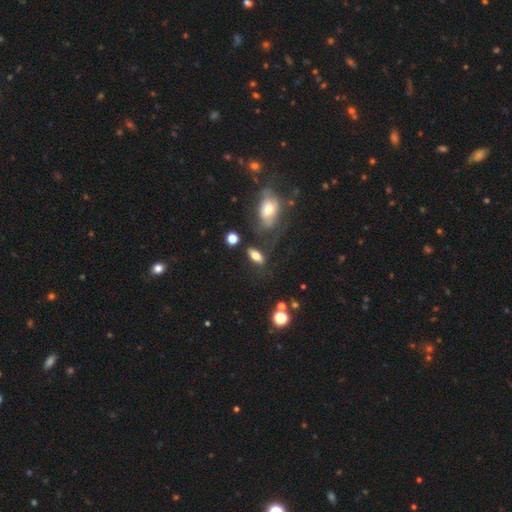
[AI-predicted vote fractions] Smooth or featured? smooth (72%)
How rounded? in between (77%)
Merging? none (67%)